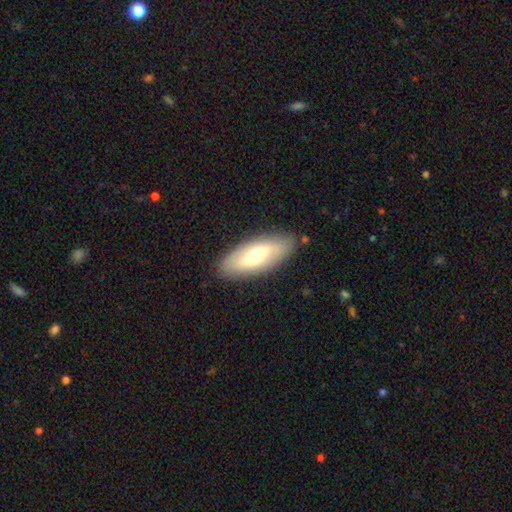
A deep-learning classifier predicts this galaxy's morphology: smooth 59%, featured or disk 35%, star or artifact 6%. Down the decision tree: how rounded — in between (77%); merging — none (86%).